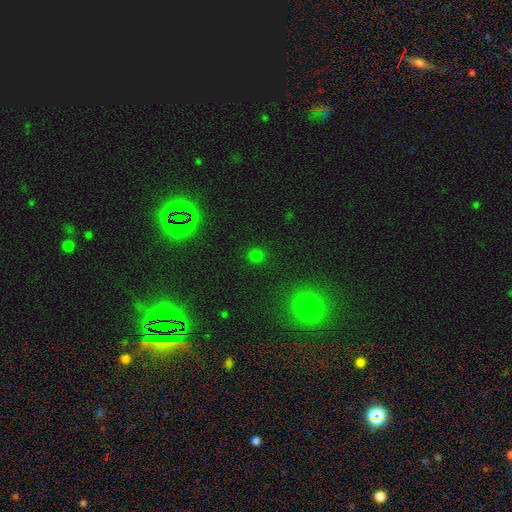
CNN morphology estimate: Smooth or featured? Predicted: smooth (p=0.69). How rounded? Predicted: round (p=0.89). Merging? Predicted: none (p=0.88).